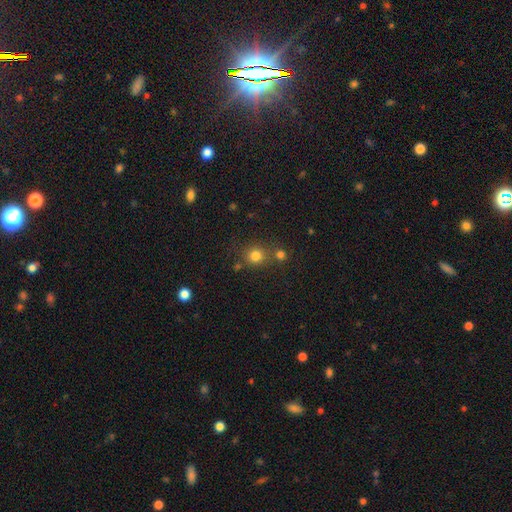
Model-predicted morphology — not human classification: A smooth galaxy with no disk features (78%) that is round (89%). Merging: none (70%).